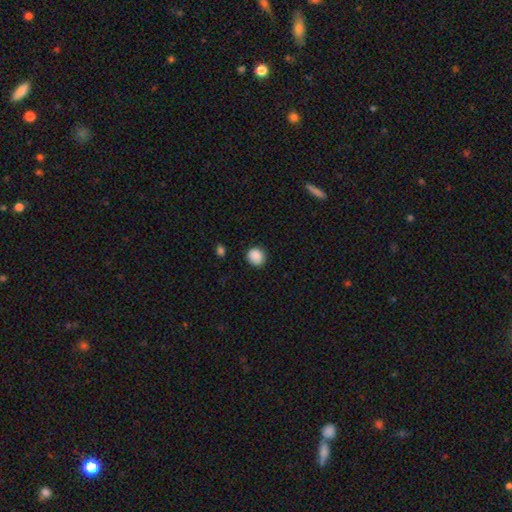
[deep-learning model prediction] Smooth or featured?
  - smooth: 89% *
  - star or artifact: 9%
  - featured or disk: 3%
How rounded?
  - round: 84% *
  - in between: 15%
  - cigar-shaped: 1%
Merging?
  - none: 87% *
  - minor disturbance: 9%
  - major disturbance: 3%
  - merger: 1%